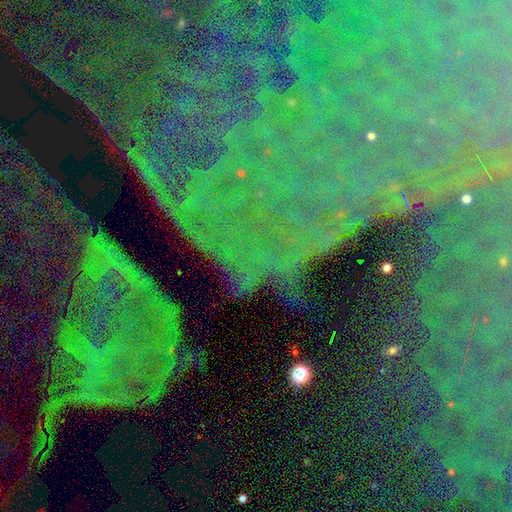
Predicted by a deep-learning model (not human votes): A star or artifact, not a galaxy (83%).